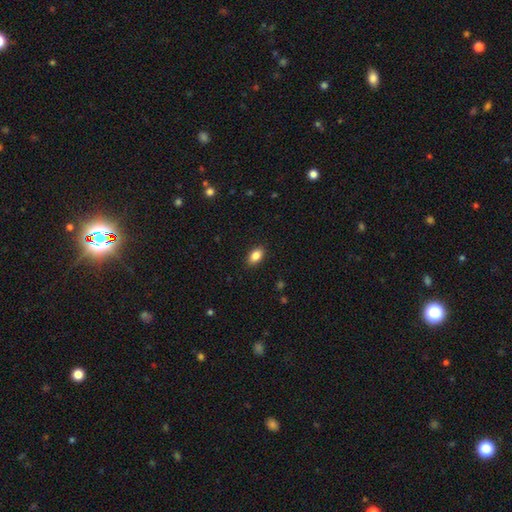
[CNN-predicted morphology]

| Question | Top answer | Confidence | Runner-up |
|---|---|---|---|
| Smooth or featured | smooth | 86% | star or artifact (8%) |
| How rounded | in between | 90% | round (7%) |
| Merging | none | 89% | minor disturbance (8%) |